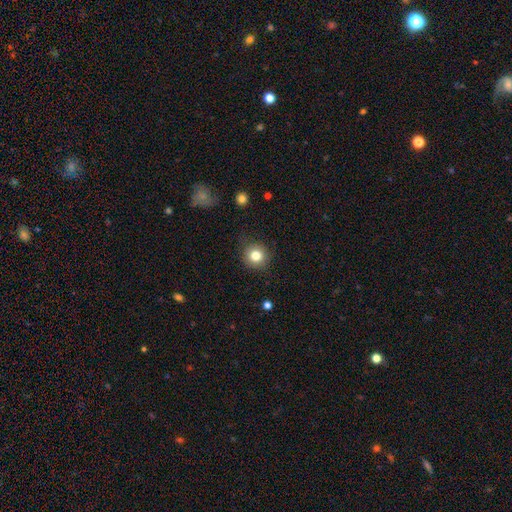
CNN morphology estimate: smooth_or_featured: smooth (p=0.82) [alt: star or artifact p=0.11]
how_rounded: round (p=0.92) [alt: in between p=0.07]
merging: none (p=0.86) [alt: minor disturbance p=0.10]